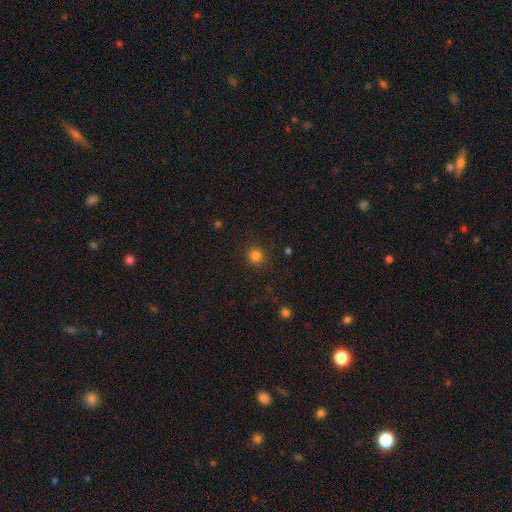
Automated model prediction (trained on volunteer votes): smooth-or-featured: smooth: 82% | star or artifact: 14% | featured or disk: 4%
  how-rounded: round: 93% | in between: 6% | cigar-shaped: 1%
  merging: none: 89% | minor disturbance: 7% | major disturbance: 3% | merger: 1%